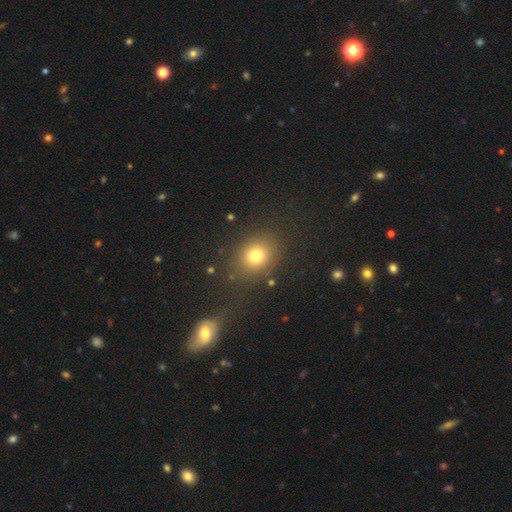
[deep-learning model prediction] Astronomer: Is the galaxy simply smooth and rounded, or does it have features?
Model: smooth — 76%.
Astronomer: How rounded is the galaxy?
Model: round — 64%.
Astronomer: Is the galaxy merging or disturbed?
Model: none — 82%.